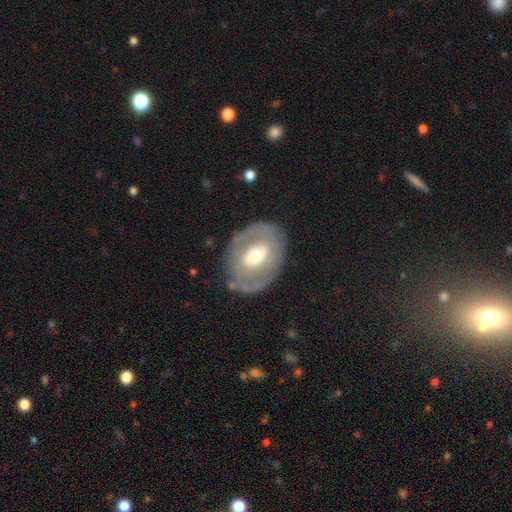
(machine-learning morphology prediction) smooth-or-featured: featured or disk: 69% | smooth: 25% | star or artifact: 5%
  disk-edge-on: no: 95% | yes: 5%
    bar: no: 42% | weak: 39% | strong: 19%
    has-spiral-arms: yes: 55% | no: 45%
    bulge-size: moderate: 68% | small: 19% | large: 11% | dominant: 1% | none: 1%
  merging: none: 77% | minor disturbance: 15% | major disturbance: 6% | merger: 2%